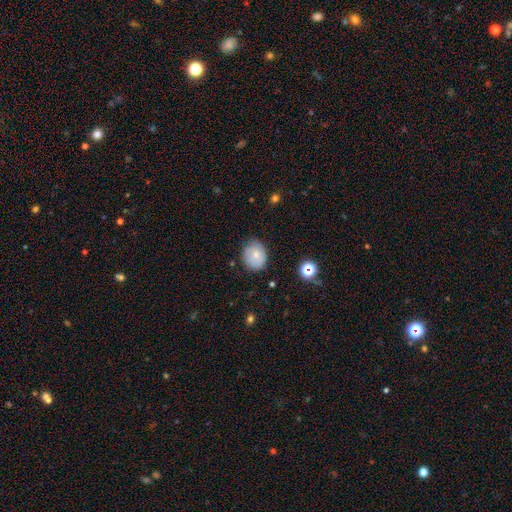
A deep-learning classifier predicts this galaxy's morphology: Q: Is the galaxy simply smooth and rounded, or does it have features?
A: smooth — 71%.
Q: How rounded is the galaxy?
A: round — 62%.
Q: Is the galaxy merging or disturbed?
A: none — 76%.